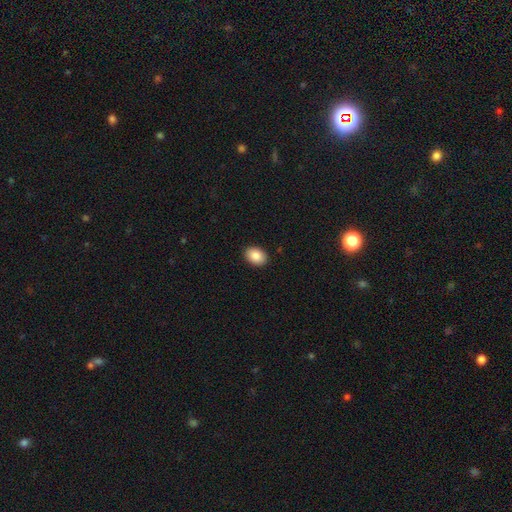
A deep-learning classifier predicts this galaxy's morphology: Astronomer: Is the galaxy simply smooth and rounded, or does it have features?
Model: smooth — 89%.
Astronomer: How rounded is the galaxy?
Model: in between — 78%.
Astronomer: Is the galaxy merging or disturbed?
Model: none — 90%.